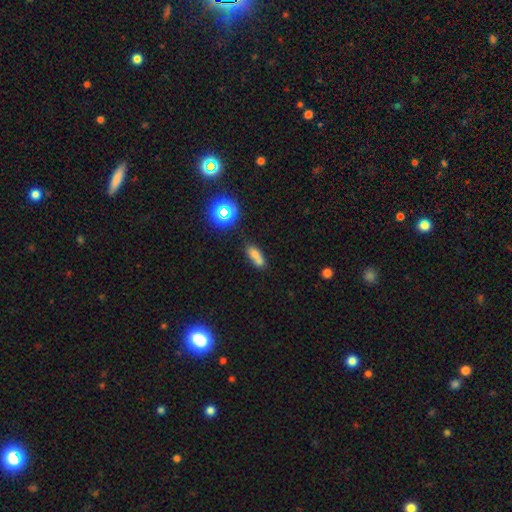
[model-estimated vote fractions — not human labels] The model was most divided on "merging": none: 52%, merger: 24%, minor disturbance: 17%, major disturbance: 7%. More confident: smooth or featured — smooth (70%); how rounded — in between (65%).